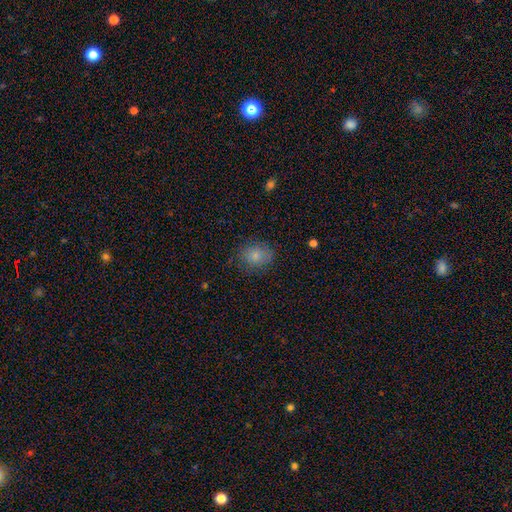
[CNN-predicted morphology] Smooth or featured? smooth (81%)
How rounded? round (63%)
Merging? none (78%)